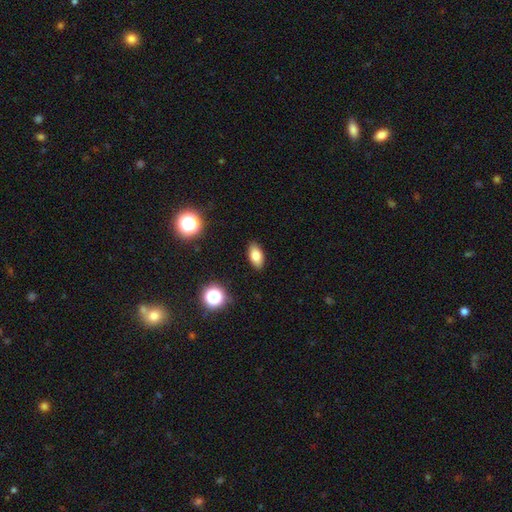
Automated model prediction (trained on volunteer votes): smooth 80%, star or artifact 10%, featured or disk 9%. Down the decision tree: how rounded — in between (89%); merging — none (88%).